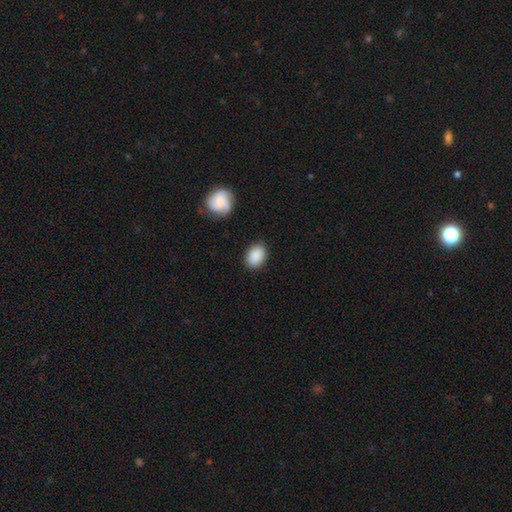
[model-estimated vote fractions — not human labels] Morphology: type=smooth (89%); roundness=in between (78%); merging=none (83%).